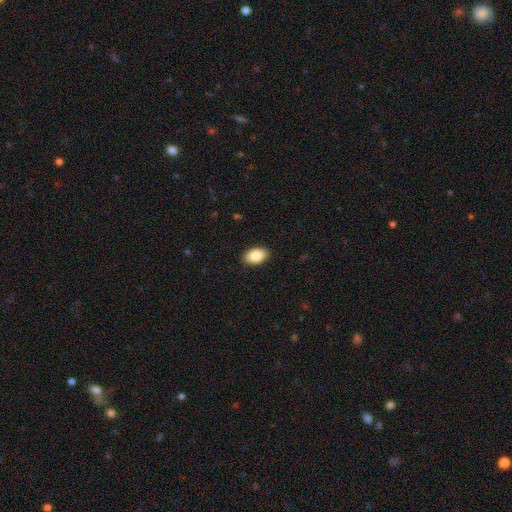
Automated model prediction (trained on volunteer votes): This appears to be a smooth galaxy with no disk features (85%) that is in between round and cigar-shaped (92%). Merging: none (90%).